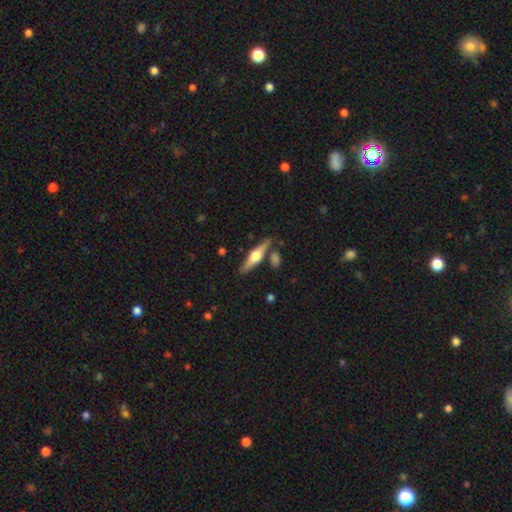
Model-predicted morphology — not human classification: featured or disk 62%, smooth 32%, star or artifact 6%. Down the decision tree: edge-on disk — yes (95%); edge-on bulge — rounded (93%); merging — none (78%).